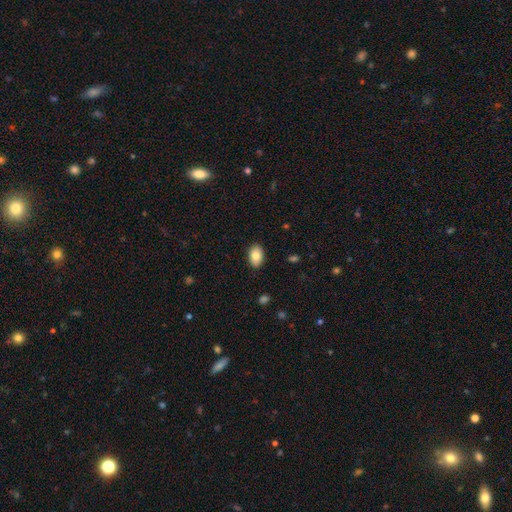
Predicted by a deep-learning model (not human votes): The model was most divided on "smooth or featured": smooth: 83%, featured or disk: 10%, star or artifact: 7%. More confident: how rounded — in between (89%); merging — none (88%).